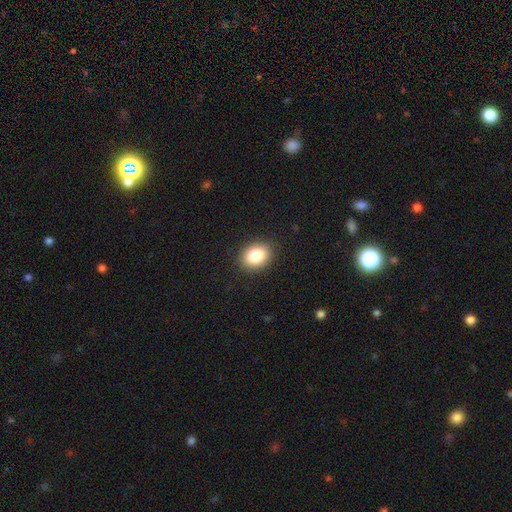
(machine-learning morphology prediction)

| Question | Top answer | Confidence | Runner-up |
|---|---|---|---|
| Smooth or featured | smooth | 85% | star or artifact (8%) |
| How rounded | in between | 66% | round (33%) |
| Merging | none | 89% | minor disturbance (8%) |